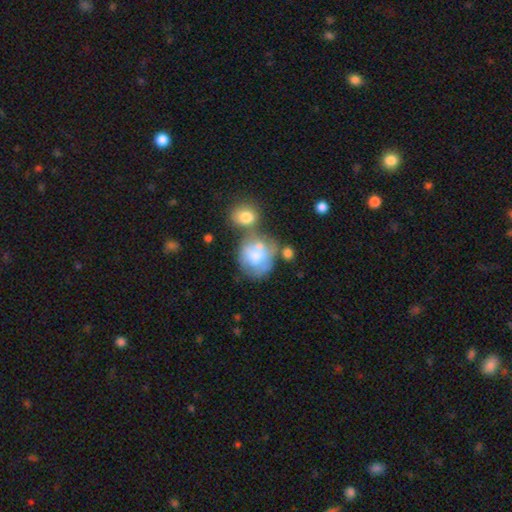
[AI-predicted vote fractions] Smooth or featured? smooth (56%)
How rounded? round (70%)
Merging? none (33%)